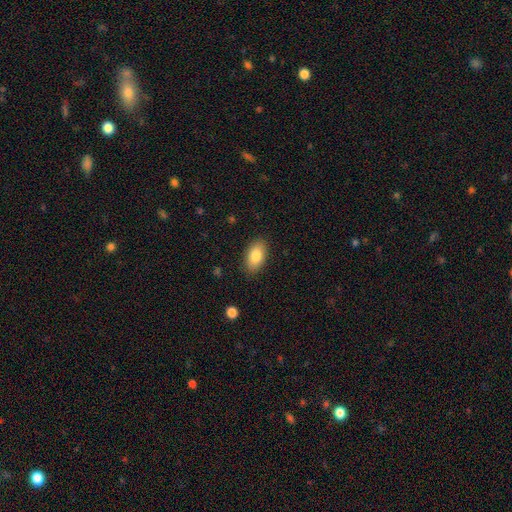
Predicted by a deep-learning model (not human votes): smooth_or_featured: smooth (p=0.84) [alt: featured or disk p=0.09]
how_rounded: in between (p=0.93) [alt: round p=0.04]
merging: none (p=0.87) [alt: minor disturbance p=0.10]